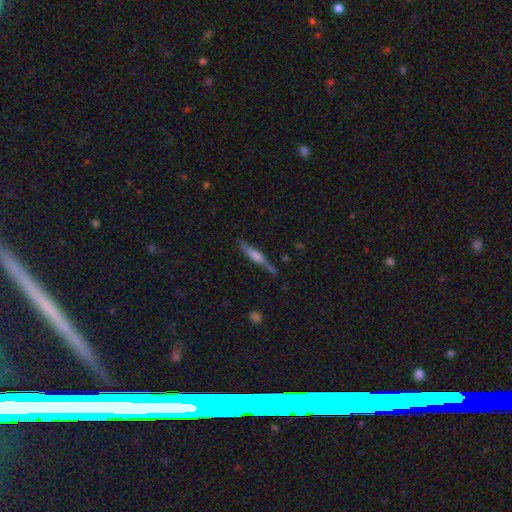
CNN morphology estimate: Q: Smooth or featured?
A: featured or disk (56%); runner-up: smooth (37%)
Q: Edge-on disk?
A: yes (95%); runner-up: no (5%)
Q: Edge-on bulge?
A: rounded (56%); runner-up: boxy (30%)
Q: Merging?
A: none (78%); runner-up: minor disturbance (16%)